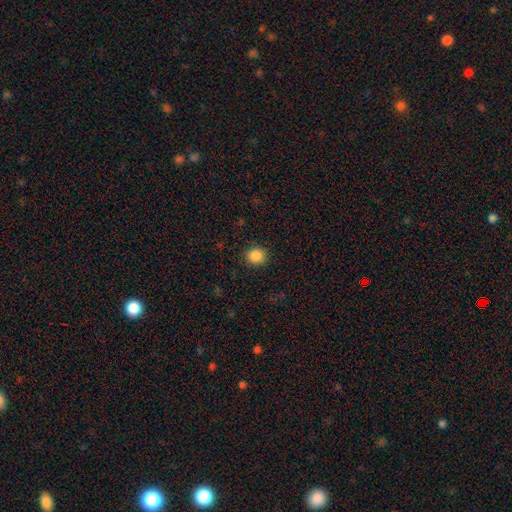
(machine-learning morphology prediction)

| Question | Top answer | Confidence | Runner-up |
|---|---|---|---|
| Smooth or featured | smooth | 87% | star or artifact (10%) |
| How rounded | round | 87% | in between (12%) |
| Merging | none | 90% | minor disturbance (7%) |